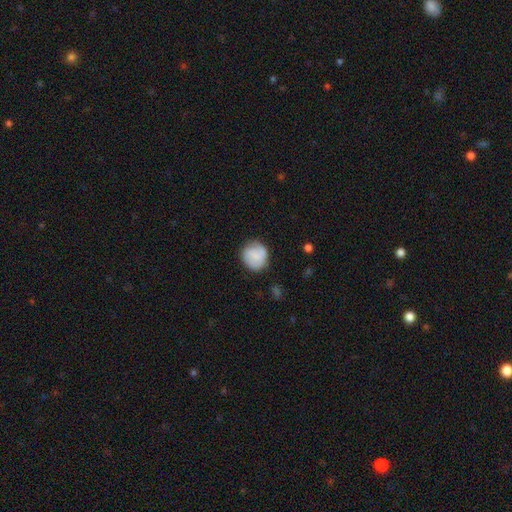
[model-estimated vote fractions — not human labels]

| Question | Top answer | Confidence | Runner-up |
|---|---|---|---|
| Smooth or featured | smooth | 74% | featured or disk (18%) |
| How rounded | round | 88% | in between (11%) |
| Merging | none | 78% | minor disturbance (16%) |